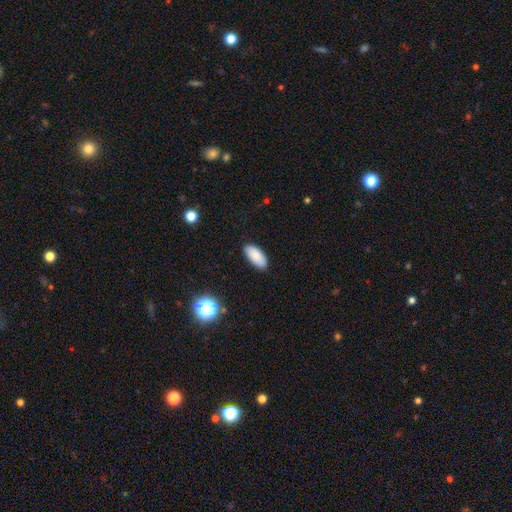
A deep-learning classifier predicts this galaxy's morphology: Smooth or featured?
  - smooth: 87% *
  - star or artifact: 7%
  - featured or disk: 6%
How rounded?
  - in between: 90% *
  - cigar-shaped: 8%
  - round: 2%
Merging?
  - none: 88% *
  - minor disturbance: 9%
  - major disturbance: 2%
  - merger: 1%